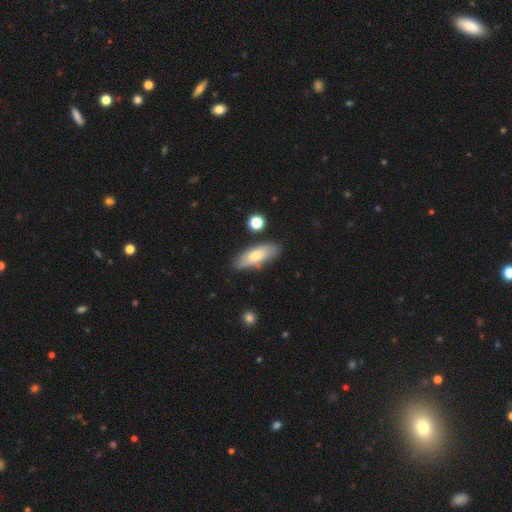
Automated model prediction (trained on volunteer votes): This appears to be a smooth galaxy with no disk features (68%) that is in between round and cigar-shaped (66%). Merging: none (80%).